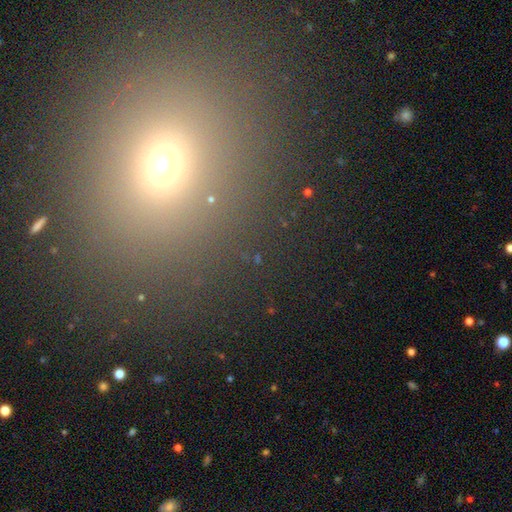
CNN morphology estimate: Smooth or featured? Predicted: smooth (p=0.50). How rounded? Predicted: round (p=0.71). Merging? Predicted: none (p=0.84).